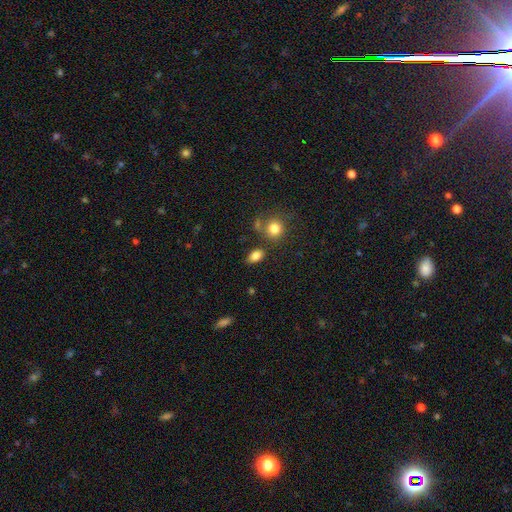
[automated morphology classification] Smooth or featured? Predicted: smooth (p=0.84). How rounded? Predicted: in between (p=0.85). Merging? Predicted: none (p=0.75).